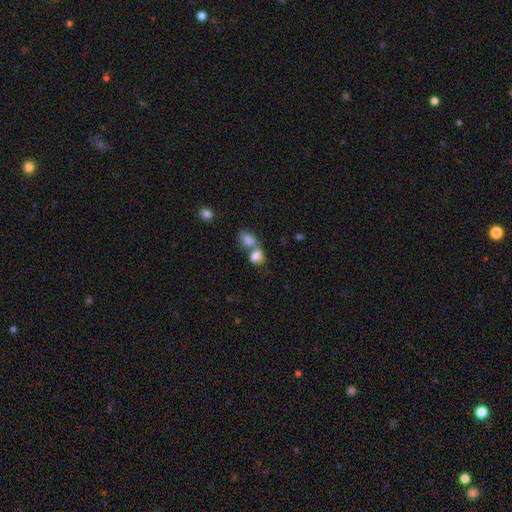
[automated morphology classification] smooth_or_featured: smooth (p=0.80) [alt: featured or disk p=0.11]
how_rounded: in between (p=0.79) [alt: round p=0.19]
merging: merger (p=0.65) [alt: none p=0.22]